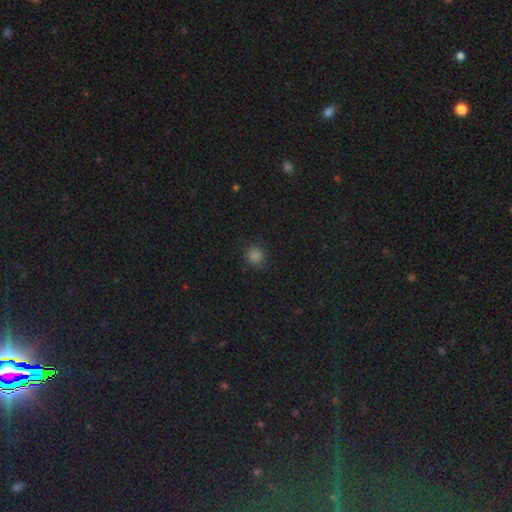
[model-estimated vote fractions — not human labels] Smooth or featured: smooth — 80% (star or artifact — 17%)
How rounded: round — 90% (in between — 9%)
Merging: none — 88% (minor disturbance — 8%)